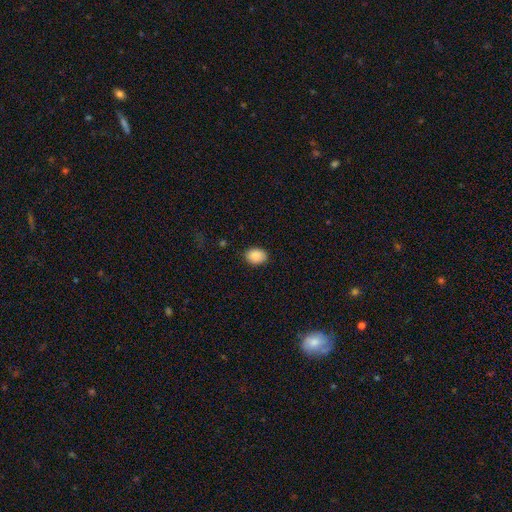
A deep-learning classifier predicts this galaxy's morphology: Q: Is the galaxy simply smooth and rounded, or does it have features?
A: smooth — 89%.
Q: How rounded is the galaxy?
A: in between — 65%.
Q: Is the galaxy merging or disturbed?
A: none — 86%.